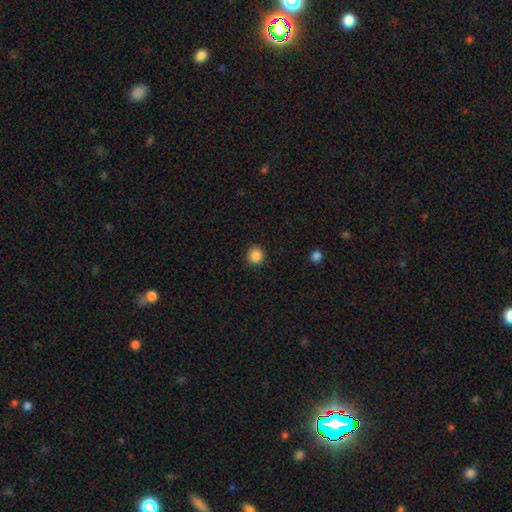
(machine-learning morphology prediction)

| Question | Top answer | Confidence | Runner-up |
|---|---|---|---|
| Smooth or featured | smooth | 86% | star or artifact (10%) |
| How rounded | round | 94% | in between (6%) |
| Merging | none | 91% | minor disturbance (6%) |